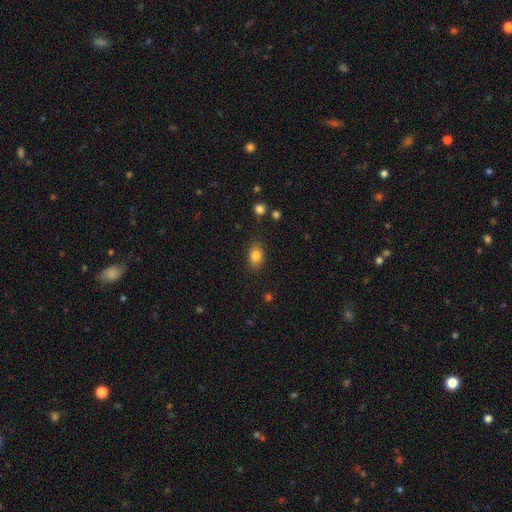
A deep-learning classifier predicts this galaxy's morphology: This is clearly a smooth galaxy (83%). How rounded: likely in between (74%). Merging: clearly none (83%).